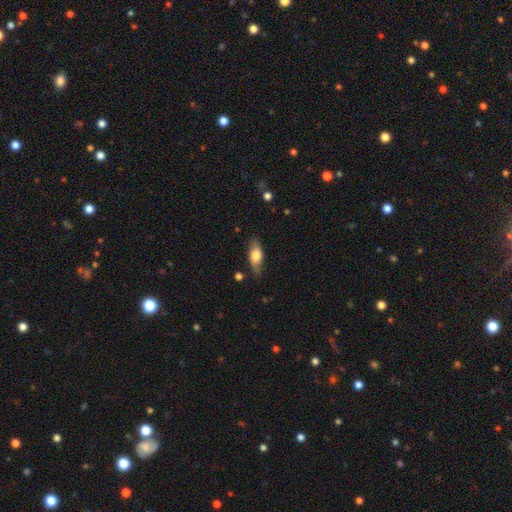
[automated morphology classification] type=smooth (64%); roundness=in between (75%); merging=none (79%).